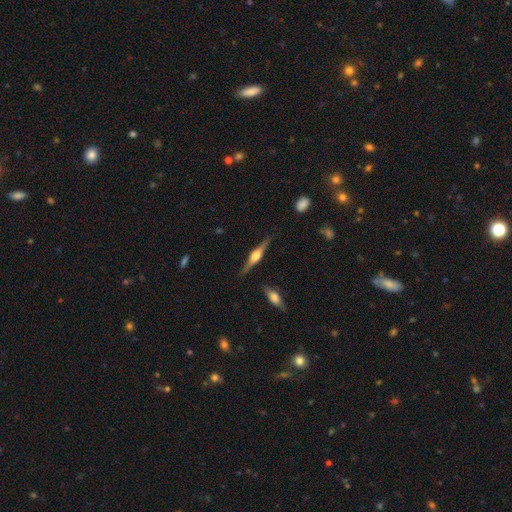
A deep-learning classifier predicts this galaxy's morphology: Q: Smooth or featured?
A: featured or disk (77%); runner-up: smooth (17%)
Q: Edge-on disk?
A: yes (98%); runner-up: no (2%)
Q: Edge-on bulge?
A: rounded (91%); runner-up: boxy (7%)
Q: Merging?
A: none (86%); runner-up: minor disturbance (10%)